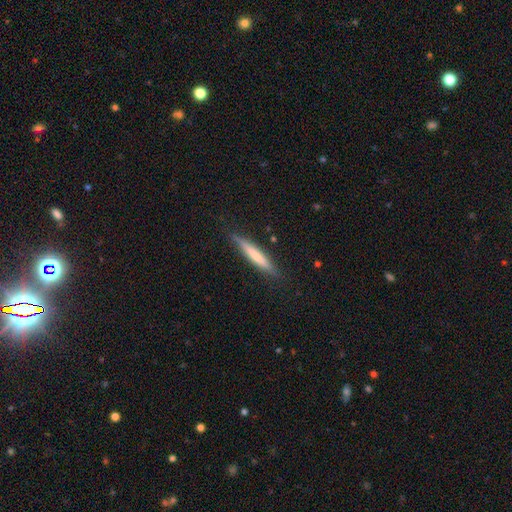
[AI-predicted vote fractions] Smooth or featured?
  - smooth: 62% *
  - featured or disk: 32%
  - star or artifact: 6%
How rounded?
  - cigar-shaped: 93% *
  - in between: 5%
  - round: 1%
Merging?
  - none: 85% *
  - minor disturbance: 12%
  - major disturbance: 2%
  - merger: 1%